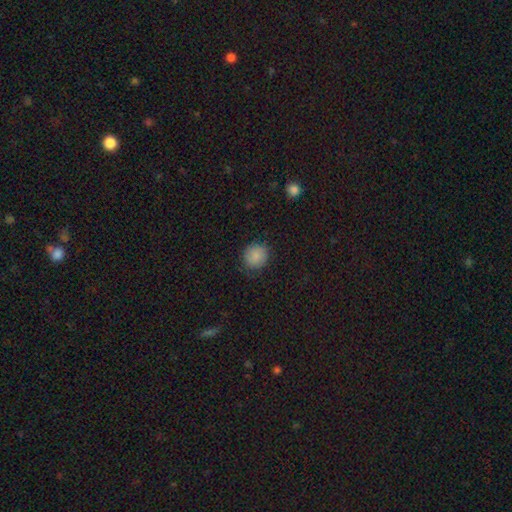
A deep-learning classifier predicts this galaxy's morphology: type=smooth (85%); roundness=round (88%); merging=none (80%).